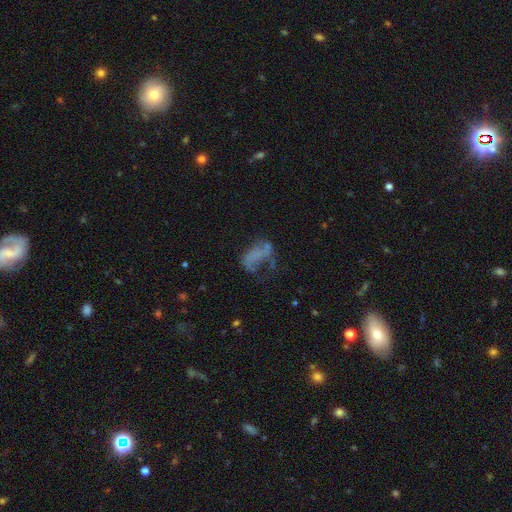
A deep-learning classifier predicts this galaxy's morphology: Q: Smooth or featured?
A: featured or disk (44%); runner-up: smooth (38%)
Q: Merging?
A: major disturbance (44%); runner-up: none (27%)